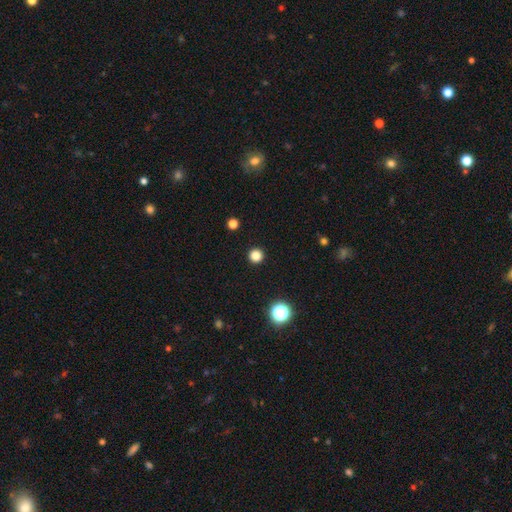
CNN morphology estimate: Smooth or featured? Predicted: smooth (p=0.83). How rounded? Predicted: round (p=0.96). Merging? Predicted: none (p=0.94).